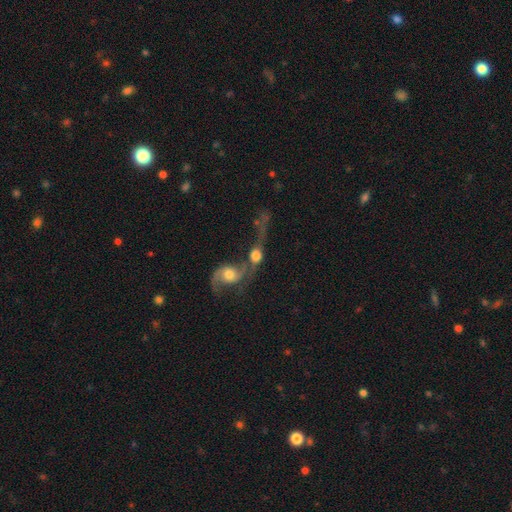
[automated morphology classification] Smooth or featured?
  - featured or disk: 55% *
  - smooth: 34%
  - star or artifact: 10%
Edge-on disk?
  - no: 80% *
  - yes: 20%
Merging?
  - merger: 70% *
  - none: 13%
  - major disturbance: 10%
  - minor disturbance: 6%